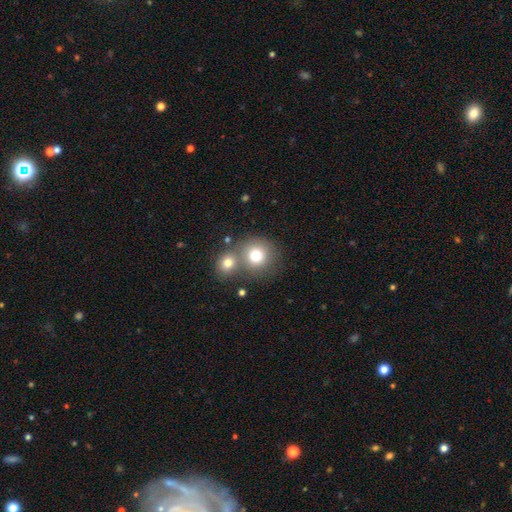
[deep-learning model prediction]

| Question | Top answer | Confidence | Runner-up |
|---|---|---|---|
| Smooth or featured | smooth | 76% | featured or disk (12%) |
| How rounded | round | 89% | in between (10%) |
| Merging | none | 55% | merger (34%) |